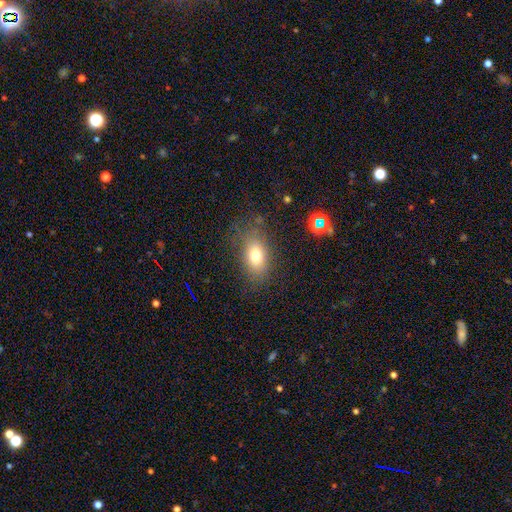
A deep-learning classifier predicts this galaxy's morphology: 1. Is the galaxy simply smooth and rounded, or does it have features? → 73% smooth, 15% featured or disk, 12% star or artifact.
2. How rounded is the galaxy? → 81% in between, 16% round, 3% cigar-shaped.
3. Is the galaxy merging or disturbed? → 74% none, 16% minor disturbance, 8% major disturbance, 2% merger.